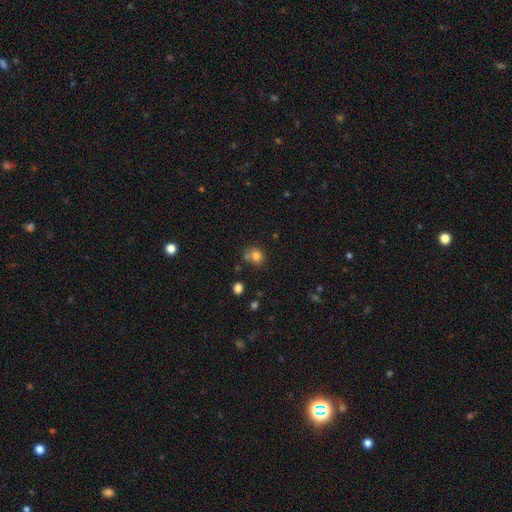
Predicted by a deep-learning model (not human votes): Smooth or featured? Predicted: smooth (p=0.79). How rounded? Predicted: round (p=0.69). Merging? Predicted: none (p=0.56).